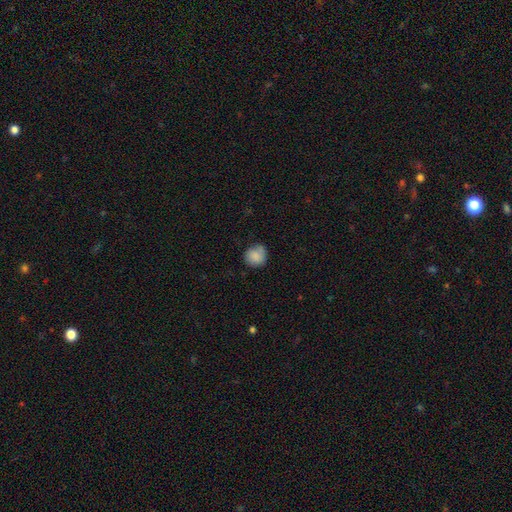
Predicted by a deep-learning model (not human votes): Overall: smooth (83%). How rounded: round (87%). Merging: none (68%).